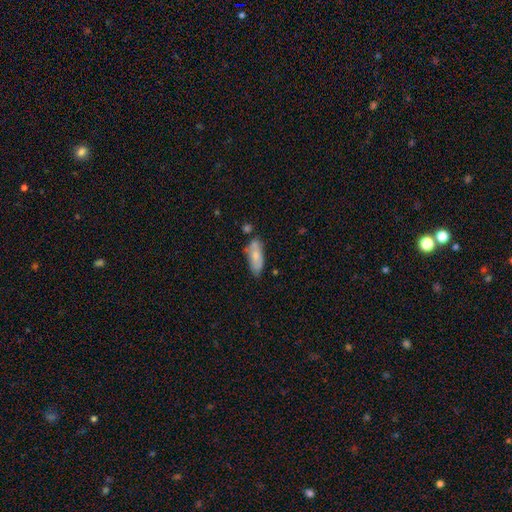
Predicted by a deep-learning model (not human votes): Smooth or featured? smooth (72%)
How rounded? in between (72%)
Merging? none (56%)